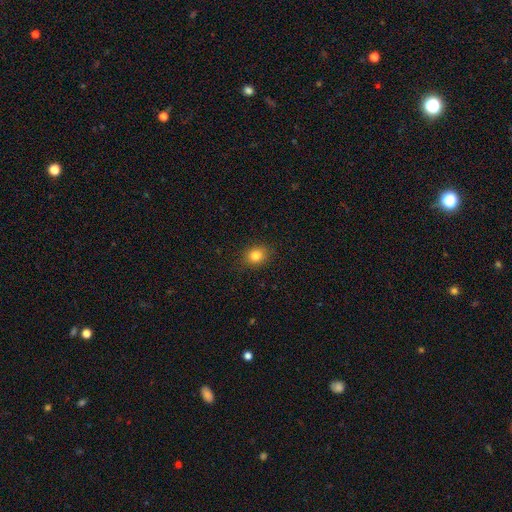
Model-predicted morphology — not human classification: A smooth galaxy with no disk features (83%) that is round (61%). Merging: none (88%).